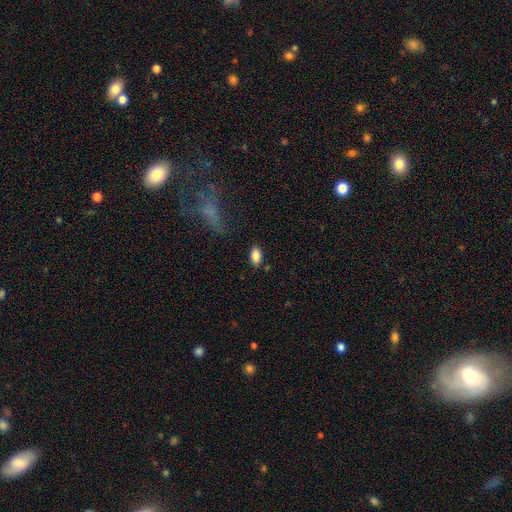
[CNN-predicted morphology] A smooth galaxy with no disk features (86%) that is in between round and cigar-shaped (92%).

Vote fractions:
- Smooth or featured? smooth: 86% / star or artifact: 8% / featured or disk: 6%
- How rounded? in between: 92% / round: 5% / cigar-shaped: 4%
- Merging? none: 84% / minor disturbance: 11% / major disturbance: 3% / merger: 2%